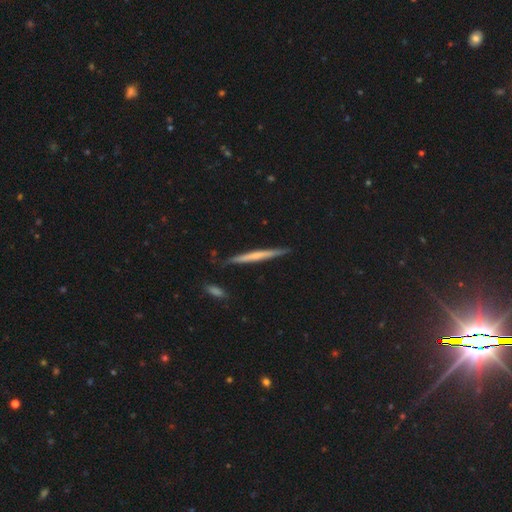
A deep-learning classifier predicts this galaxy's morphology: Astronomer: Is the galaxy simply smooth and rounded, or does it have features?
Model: featured or disk — 49% (runner-up: smooth, 45%).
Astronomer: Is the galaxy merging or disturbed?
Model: none — 86%.